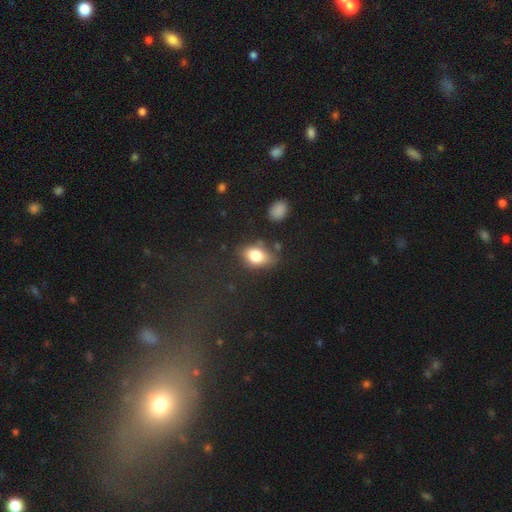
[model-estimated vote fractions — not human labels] Smooth or featured? Predicted: smooth (p=0.79). How rounded? Predicted: in between (p=0.79). Merging? Predicted: none (p=0.65).